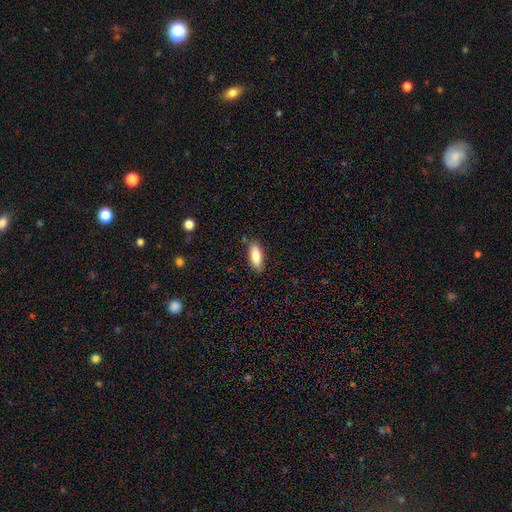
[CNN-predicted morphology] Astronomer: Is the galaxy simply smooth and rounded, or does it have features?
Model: smooth — 81%.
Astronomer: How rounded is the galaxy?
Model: in between — 73%.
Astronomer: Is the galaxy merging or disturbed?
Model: none — 80%.